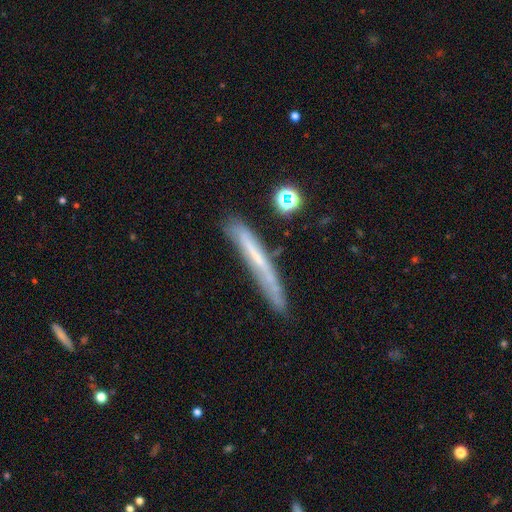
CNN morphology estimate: featured or disk 51%, smooth 40%, star or artifact 9%. Down the decision tree: edge-on disk — yes (83%); merging — none (72%).